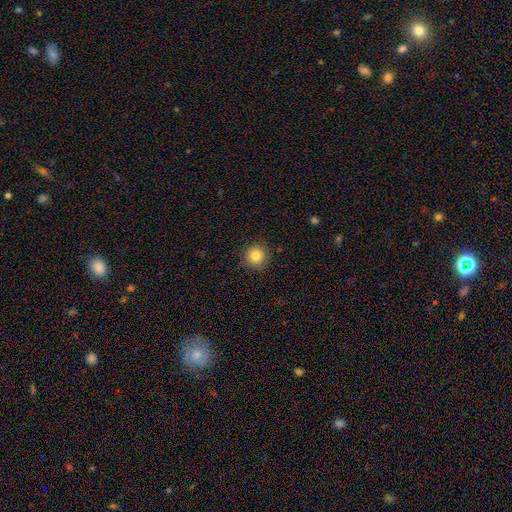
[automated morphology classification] The model was most divided on "smooth or featured": smooth: 82%, star or artifact: 11%, featured or disk: 6%. More confident: how rounded — round (95%); merging — none (91%).